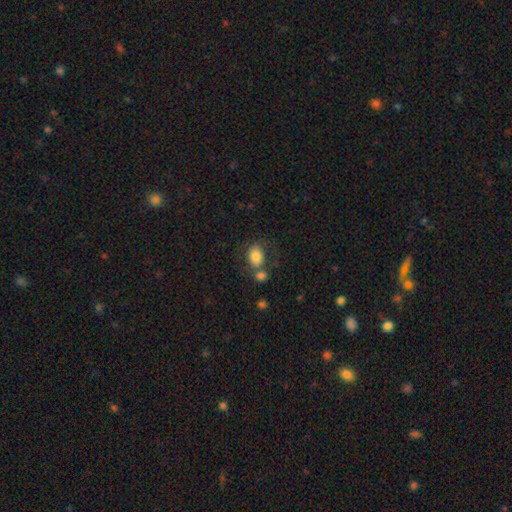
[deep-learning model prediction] Smooth or featured? Predicted: smooth (p=0.79). How rounded? Predicted: in between (p=0.68). Merging? Predicted: none (p=0.46).